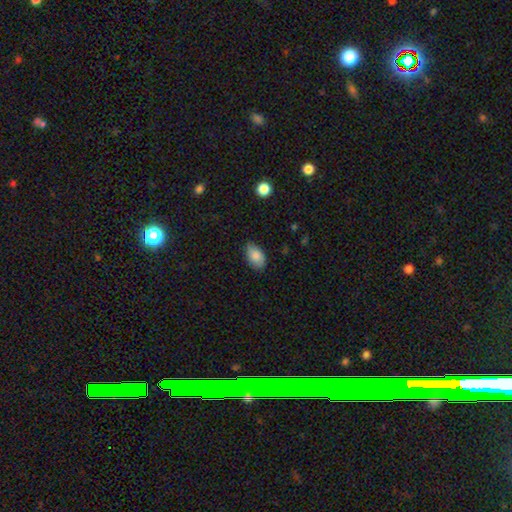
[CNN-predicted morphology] Q: Smooth or featured?
A: smooth (85%); runner-up: featured or disk (8%)
Q: How rounded?
A: in between (92%); runner-up: round (7%)
Q: Merging?
A: none (76%); runner-up: minor disturbance (20%)